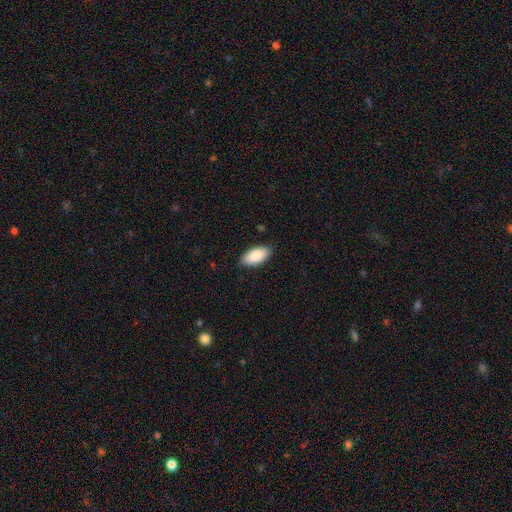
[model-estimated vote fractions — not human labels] Overall: smooth (86%). How rounded: in between (93%). Merging: none (85%).